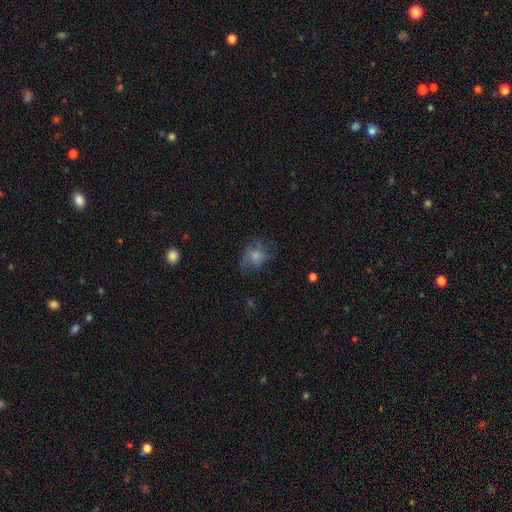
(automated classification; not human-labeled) Smooth or featured: smooth — 68% (featured or disk — 21%)
How rounded: round — 56% (in between — 43%)
Merging: none — 53% (minor disturbance — 26%)